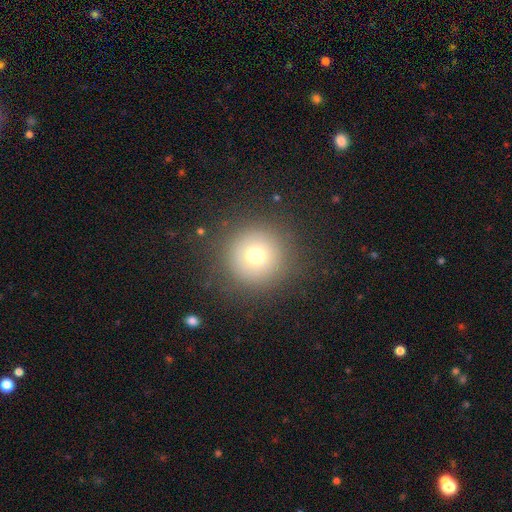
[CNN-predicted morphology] A smooth galaxy with no disk features (70%) that is round (96%). Merging: none (88%).